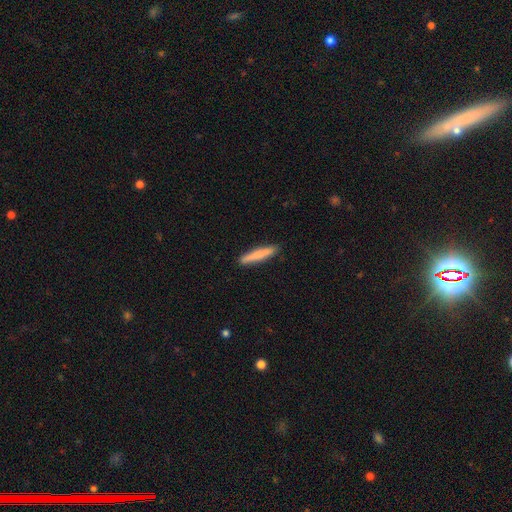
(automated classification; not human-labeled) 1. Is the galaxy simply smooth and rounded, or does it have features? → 78% smooth, 16% featured or disk, 5% star or artifact.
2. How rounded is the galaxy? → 93% cigar-shaped, 6% in between, 1% round.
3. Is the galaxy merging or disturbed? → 90% none, 7% minor disturbance, 1% major disturbance, 1% merger.